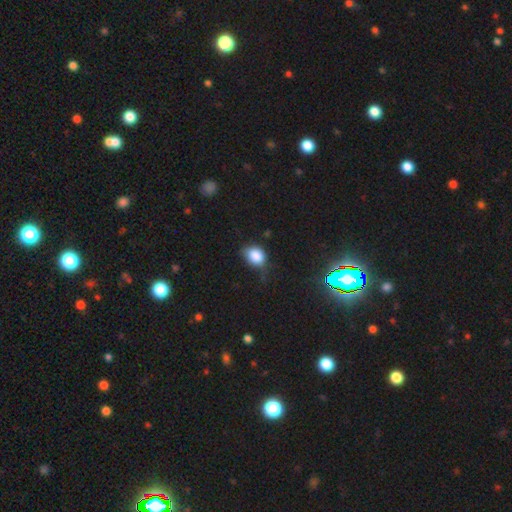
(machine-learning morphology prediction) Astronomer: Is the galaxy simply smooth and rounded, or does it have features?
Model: smooth — 83%.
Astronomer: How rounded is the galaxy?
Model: in between — 56% (runner-up: round, 42%).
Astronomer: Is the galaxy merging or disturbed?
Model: none — 45% (runner-up: minor disturbance, 39%).